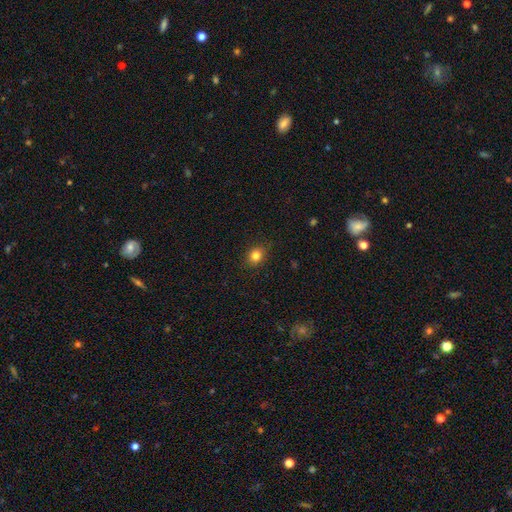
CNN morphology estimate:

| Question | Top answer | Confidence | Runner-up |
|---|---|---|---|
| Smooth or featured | smooth | 82% | star or artifact (12%) |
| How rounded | round | 62% | in between (37%) |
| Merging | none | 85% | minor disturbance (11%) |